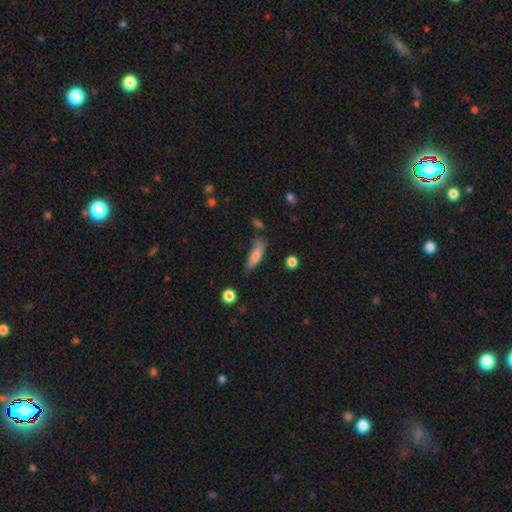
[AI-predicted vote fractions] A smooth galaxy with no disk features (76%) that is cigar-shaped (62%). Merging: none (59%).